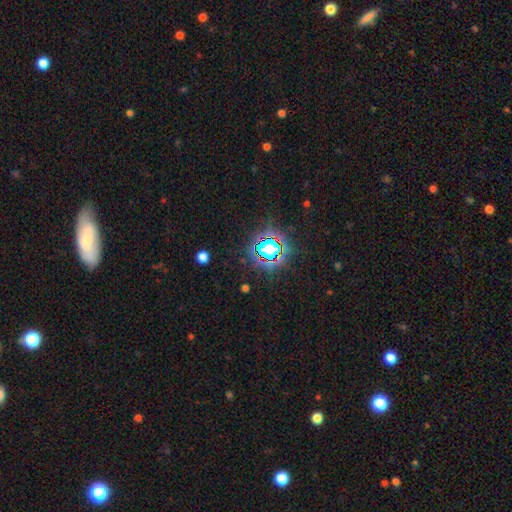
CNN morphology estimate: Overall: star or artifact (78%).